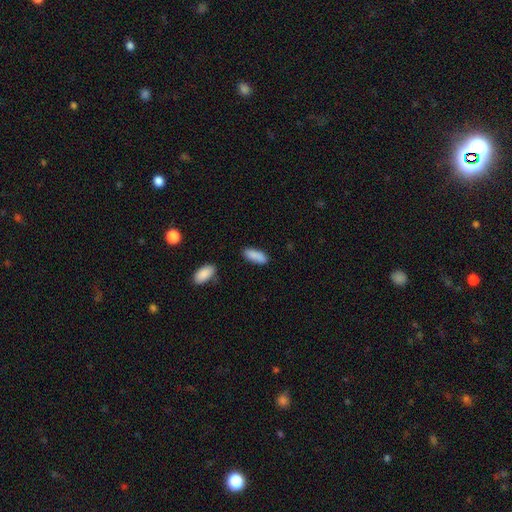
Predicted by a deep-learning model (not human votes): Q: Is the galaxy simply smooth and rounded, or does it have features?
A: smooth — 88%.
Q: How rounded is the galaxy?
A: in between — 69%.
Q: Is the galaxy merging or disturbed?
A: none — 79%.